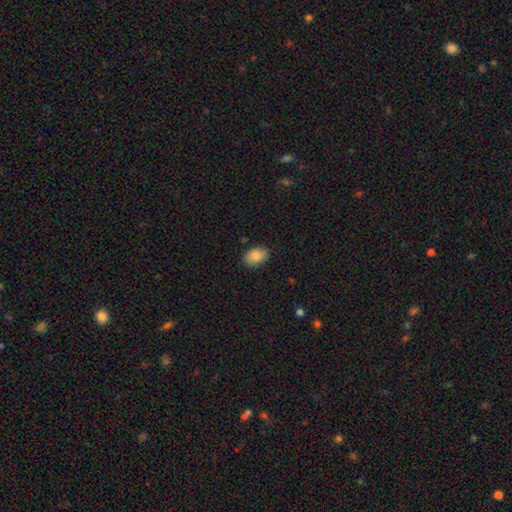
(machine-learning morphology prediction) Smooth or featured? smooth (84%)
How rounded? in between (81%)
Merging? none (84%)